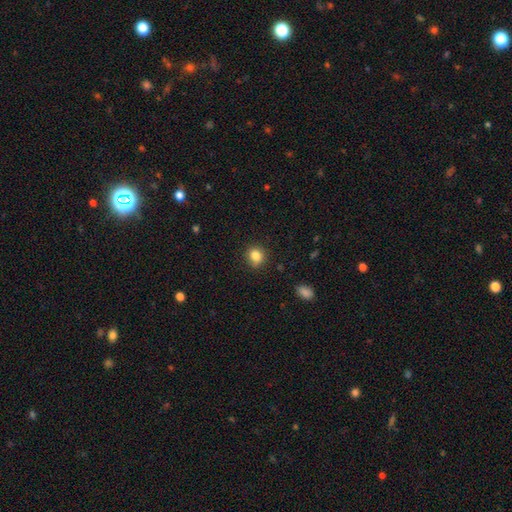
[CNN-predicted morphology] Smooth or featured: smooth — 84% (star or artifact — 10%)
How rounded: round — 76% (in between — 23%)
Merging: none — 87% (minor disturbance — 9%)